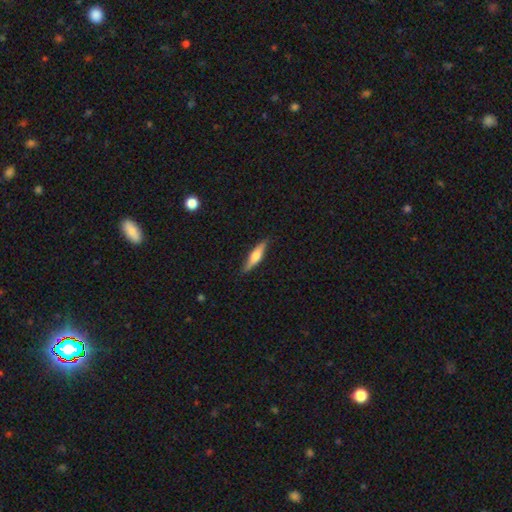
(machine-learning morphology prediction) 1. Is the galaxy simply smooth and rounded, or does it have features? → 53% smooth, 41% featured or disk, 6% star or artifact.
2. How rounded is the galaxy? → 75% cigar-shaped, 23% in between, 2% round.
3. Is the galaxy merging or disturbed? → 83% none, 14% minor disturbance, 2% major disturbance, 1% merger.